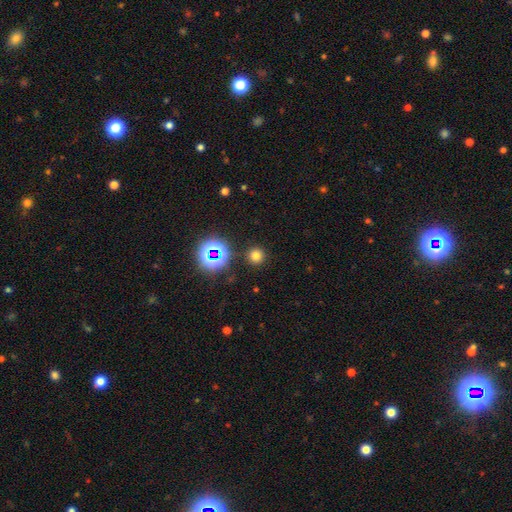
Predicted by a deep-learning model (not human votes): smooth_or_featured: smooth (p=0.71) [alt: star or artifact p=0.22]
how_rounded: round (p=0.94) [alt: in between p=0.05]
merging: none (p=0.90) [alt: minor disturbance p=0.06]